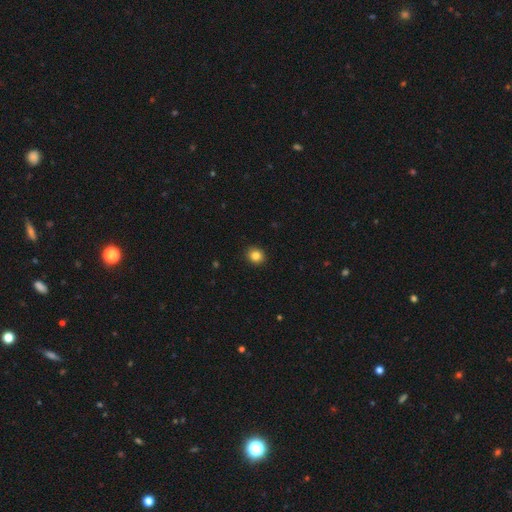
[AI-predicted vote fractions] This appears to be a smooth galaxy with no disk features (84%) that is round (82%). Merging: none (92%).